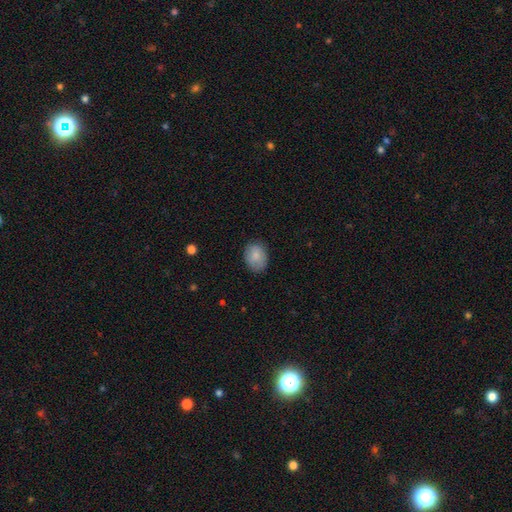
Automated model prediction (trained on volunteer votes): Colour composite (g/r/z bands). It shows a smooth galaxy with no disk features (83%) that is in between round and cigar-shaped (64%). Merging: none (78%).